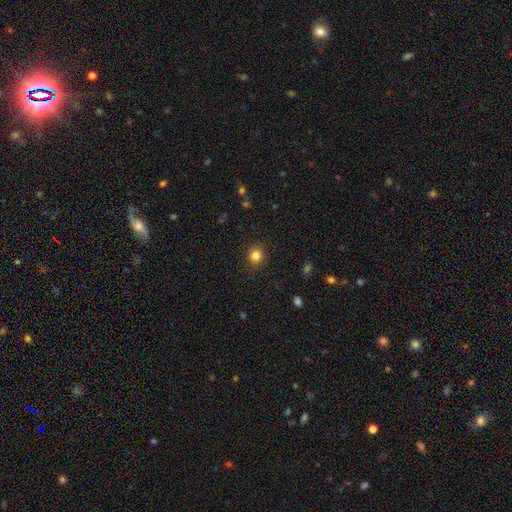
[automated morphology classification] This appears to be a smooth galaxy with no disk features (83%) that is round (90%). Merging: none (91%).